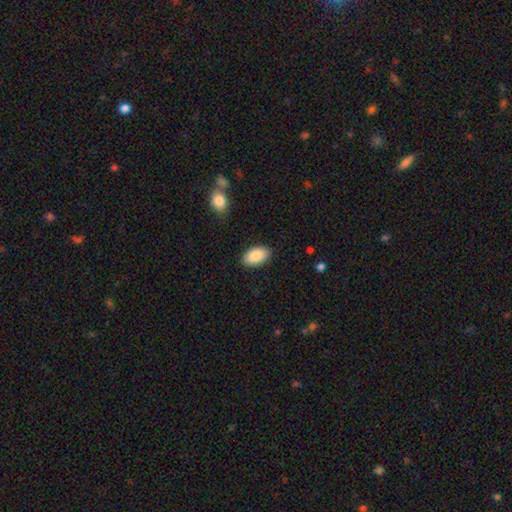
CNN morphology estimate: smooth_or_featured: smooth (p=0.89) [alt: star or artifact p=0.06]
how_rounded: in between (p=0.95) [alt: round p=0.03]
merging: none (p=0.87) [alt: minor disturbance p=0.09]